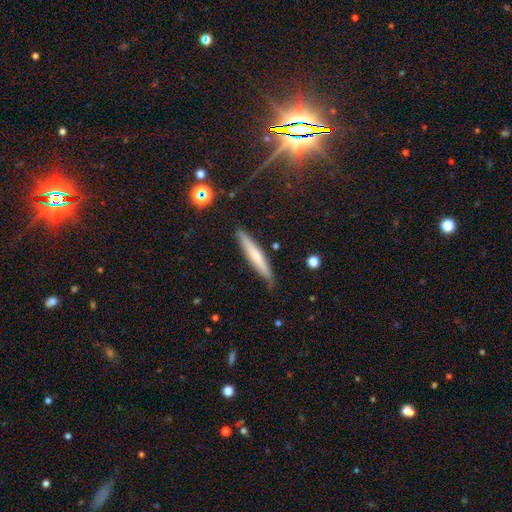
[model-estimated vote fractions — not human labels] smooth_or_featured: smooth (p=0.53) [alt: featured or disk p=0.40]
how_rounded: cigar-shaped (p=0.93) [alt: in between p=0.05]
merging: none (p=0.84) [alt: minor disturbance p=0.12]